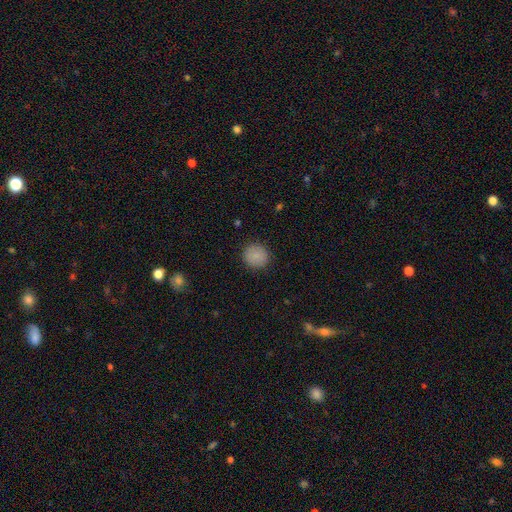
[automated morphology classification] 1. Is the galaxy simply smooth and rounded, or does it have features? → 86% smooth, 8% star or artifact, 6% featured or disk.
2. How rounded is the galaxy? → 91% round, 8% in between, 1% cigar-shaped.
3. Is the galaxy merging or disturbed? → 89% none, 7% minor disturbance, 2% major disturbance, 1% merger.